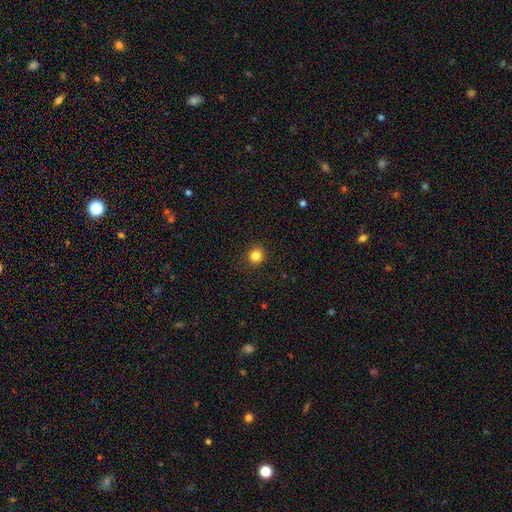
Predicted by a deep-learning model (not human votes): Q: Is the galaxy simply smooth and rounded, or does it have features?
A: smooth — 84%.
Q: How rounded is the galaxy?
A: round — 93%.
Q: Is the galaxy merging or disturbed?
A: none — 91%.